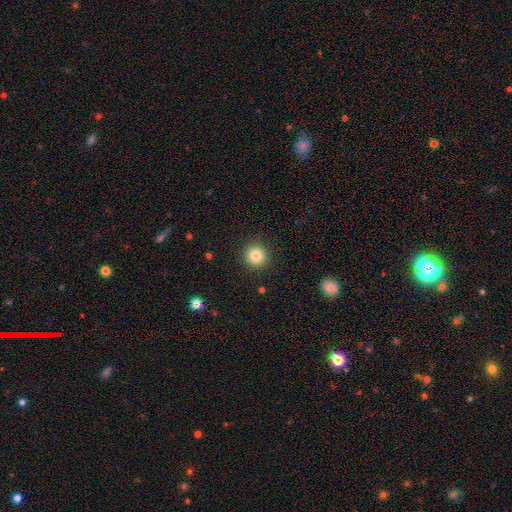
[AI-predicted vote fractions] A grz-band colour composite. It shows a smooth galaxy with no disk features (83%) that is round (94%). Merging: none (91%).